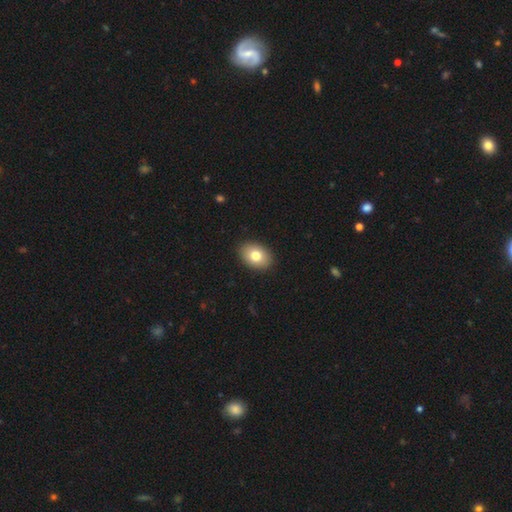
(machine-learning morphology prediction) type=smooth (79%); roundness=in between (78%); merging=none (90%).